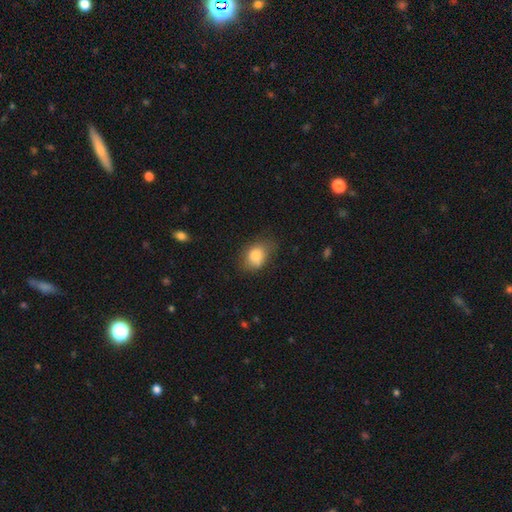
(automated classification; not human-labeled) This is clearly a smooth galaxy (82%). How rounded: likely in between (63%). Merging: possibly none (56%).